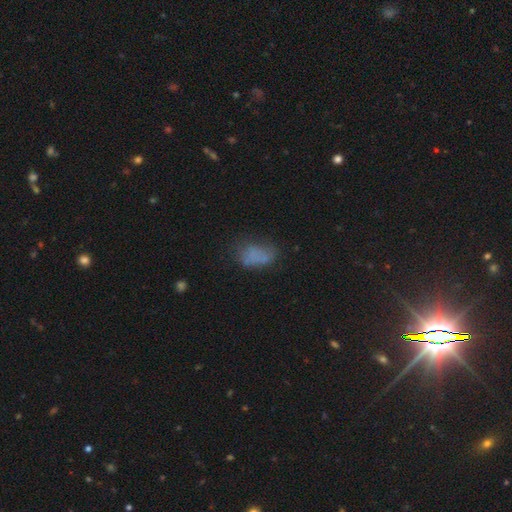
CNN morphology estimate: type=smooth (64%); roundness=in between (88%); merging=none (47%).